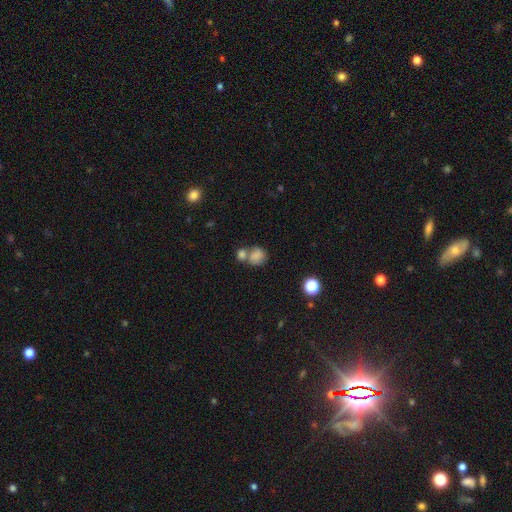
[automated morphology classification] type=smooth (79%); roundness=round (65%); merging=merger (51%).